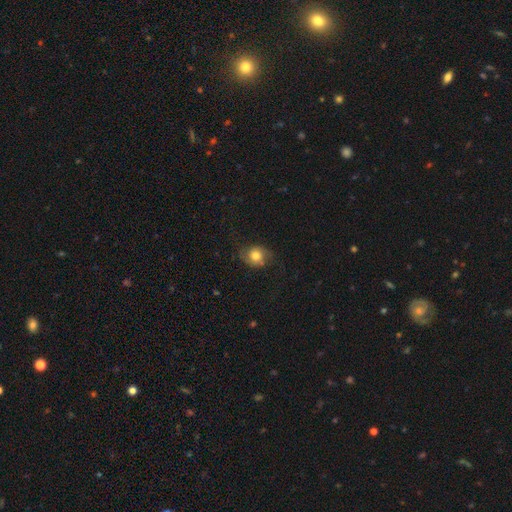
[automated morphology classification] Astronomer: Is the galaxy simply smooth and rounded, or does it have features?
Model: smooth — 66%.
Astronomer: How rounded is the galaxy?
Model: round — 64%.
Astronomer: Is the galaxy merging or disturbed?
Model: none — 65%.